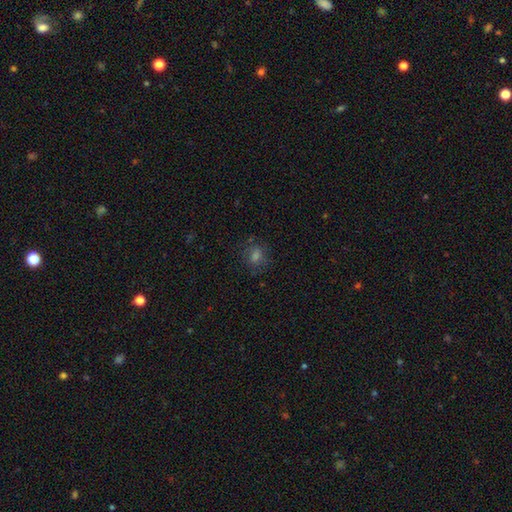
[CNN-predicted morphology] Smooth or featured? smooth (56%)
How rounded? round (61%)
Merging? none (79%)